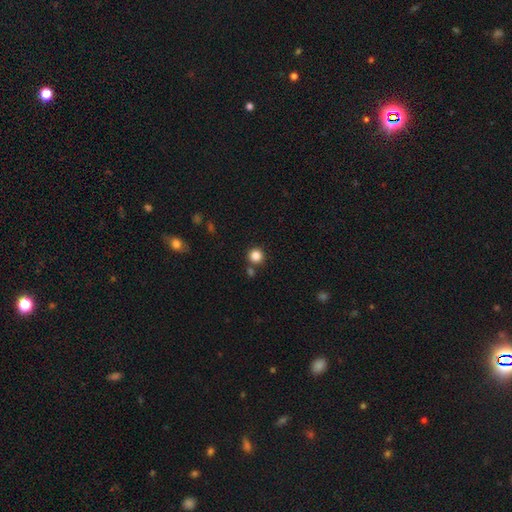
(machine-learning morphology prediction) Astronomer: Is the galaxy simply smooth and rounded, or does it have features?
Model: smooth — 84%.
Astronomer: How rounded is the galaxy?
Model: round — 95%.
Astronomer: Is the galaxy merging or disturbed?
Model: none — 81%.